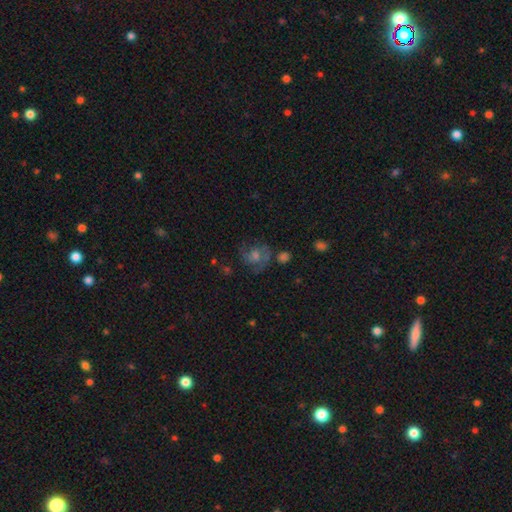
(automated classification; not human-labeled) smooth_or_featured: featured or disk (p=0.63) [alt: smooth p=0.19]
disk_edge_on: no (p=0.98) [alt: yes p=0.02]
bar: no (p=0.63) [alt: weak p=0.31]
has_spiral_arms: yes (p=0.88) [alt: no p=0.12]
spiral_winding: medium (p=0.49) [alt: tight p=0.36]
spiral_arm_count: 2 (p=0.54) [alt: can't tell p=0.20]
bulge_size: moderate (p=0.54) [alt: small p=0.27]
merging: none (p=0.68) [alt: minor disturbance p=0.16]